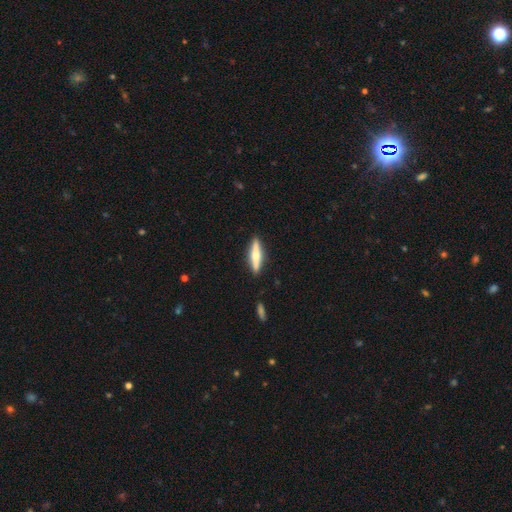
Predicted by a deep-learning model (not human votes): Morphology: type=featured or disk (49%); merging=none (90%).